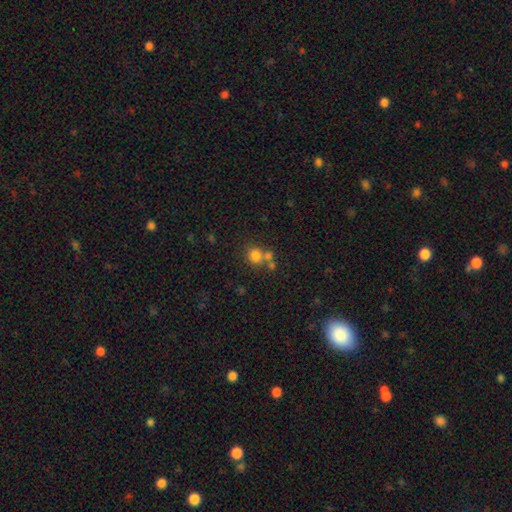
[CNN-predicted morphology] Smooth or featured? Predicted: smooth (p=0.77). How rounded? Predicted: round (p=0.83). Merging? Predicted: none (p=0.55).